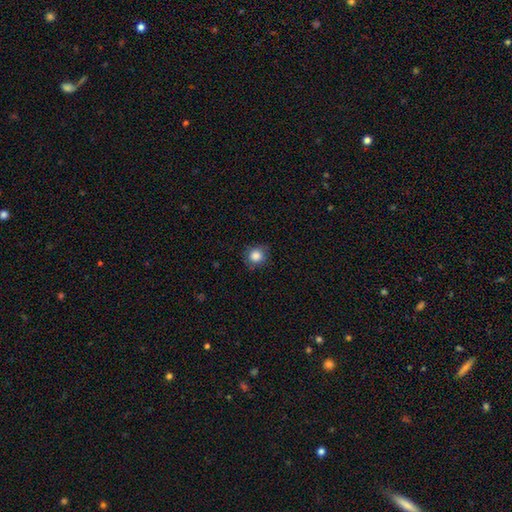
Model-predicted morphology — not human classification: This appears to be a smooth galaxy with no disk features (85%) that is round (87%). Merging: none (83%).